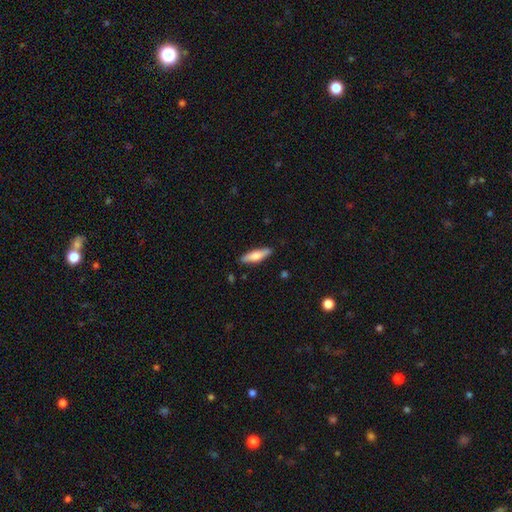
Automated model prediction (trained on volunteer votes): Smooth or featured: smooth — 65% (featured or disk — 29%)
How rounded: cigar-shaped — 66% (in between — 32%)
Merging: none — 87% (minor disturbance — 10%)